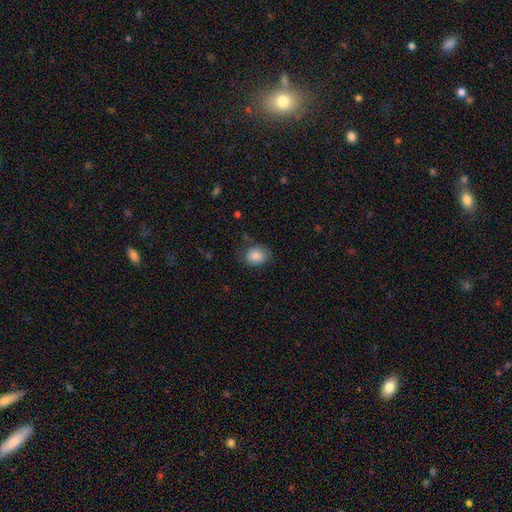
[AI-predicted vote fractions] Smooth or featured?
  - smooth: 86% *
  - star or artifact: 8%
  - featured or disk: 6%
How rounded?
  - round: 54% *
  - in between: 45%
  - cigar-shaped: 1%
Merging?
  - none: 68% *
  - minor disturbance: 24%
  - major disturbance: 6%
  - merger: 2%